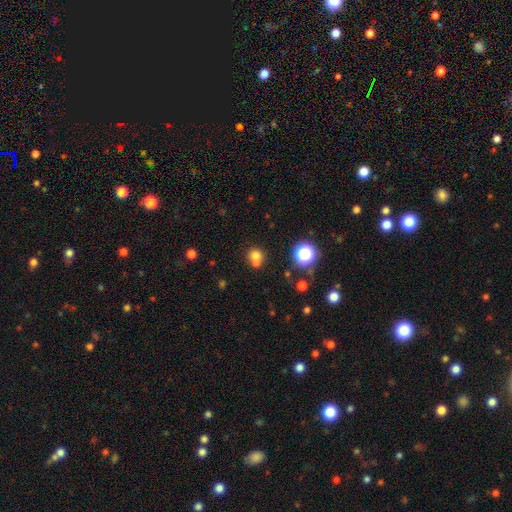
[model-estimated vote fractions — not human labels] This appears to be a smooth galaxy with no disk features (70%) that is round (85%). Merging: merger (46%).